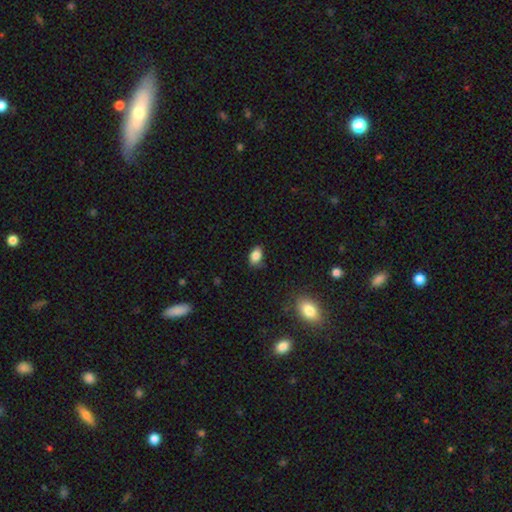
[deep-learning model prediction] This is clearly a smooth galaxy (85%). How rounded: clearly in between (88%). Merging: likely none (75%).